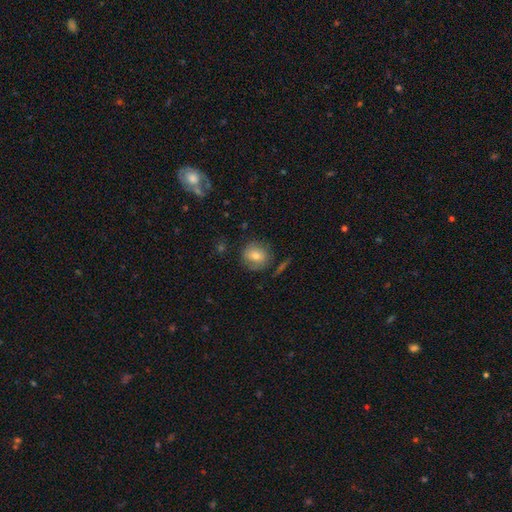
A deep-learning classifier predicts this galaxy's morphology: Smooth or featured: smooth — 59% (featured or disk — 31%)
How rounded: round — 83% (in between — 15%)
Merging: none — 74% (minor disturbance — 16%)